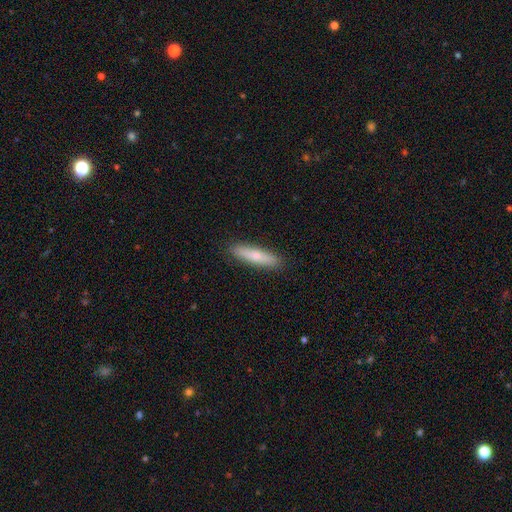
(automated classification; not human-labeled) Q: Smooth or featured?
A: smooth (68%); runner-up: featured or disk (26%)
Q: How rounded?
A: cigar-shaped (82%); runner-up: in between (16%)
Q: Merging?
A: none (90%); runner-up: minor disturbance (7%)